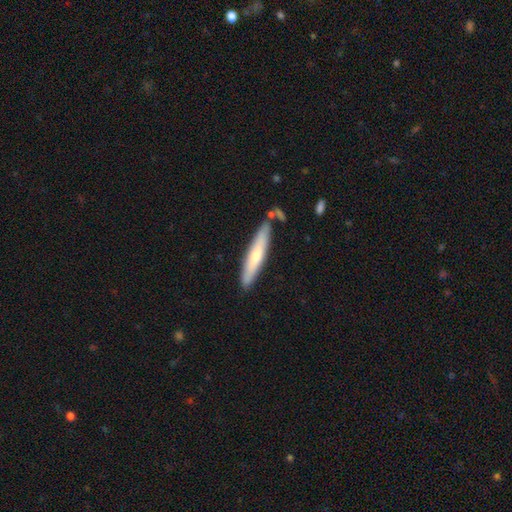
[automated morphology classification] This appears to be a smooth galaxy with no disk features (56%) that is cigar-shaped (91%). Merging: none (81%).